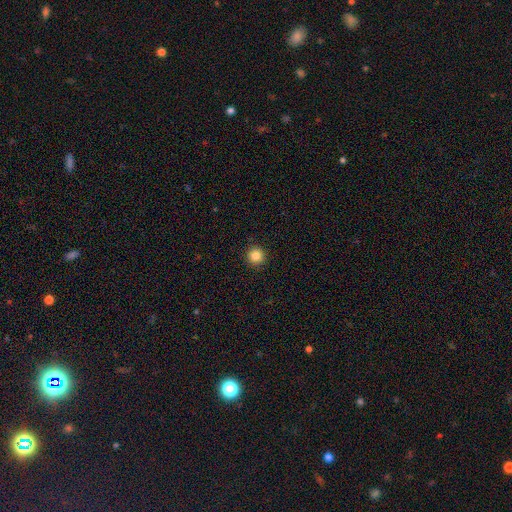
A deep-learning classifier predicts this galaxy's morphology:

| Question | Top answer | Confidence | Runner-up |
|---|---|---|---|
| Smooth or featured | smooth | 84% | star or artifact (11%) |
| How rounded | round | 96% | in between (3%) |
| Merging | none | 93% | minor disturbance (4%) |